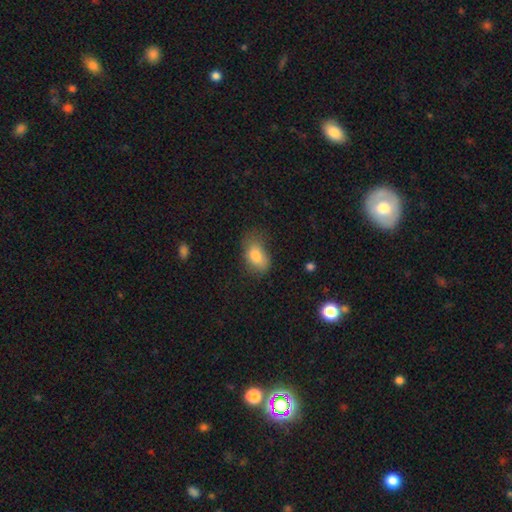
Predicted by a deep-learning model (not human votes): Q: Smooth or featured?
A: smooth (81%); runner-up: featured or disk (11%)
Q: How rounded?
A: in between (88%); runner-up: round (10%)
Q: Merging?
A: none (46%); runner-up: minor disturbance (34%)